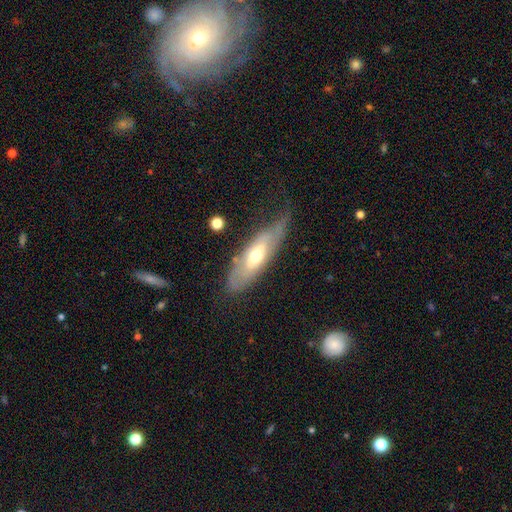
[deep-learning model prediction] smooth-or-featured: featured or disk: 53% | smooth: 41% | star or artifact: 6%
  disk-edge-on: no: 64% | yes: 36%
  merging: none: 51% | minor disturbance: 33% | major disturbance: 14% | merger: 3%